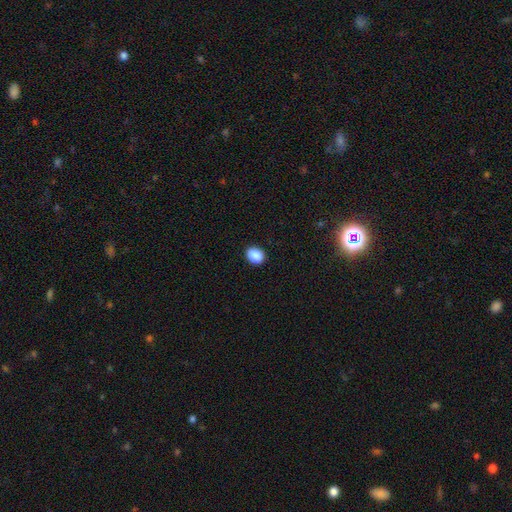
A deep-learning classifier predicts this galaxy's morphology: Smooth or featured: smooth — 89% (star or artifact — 8%)
How rounded: in between — 57% (round — 42%)
Merging: none — 91% (minor disturbance — 6%)